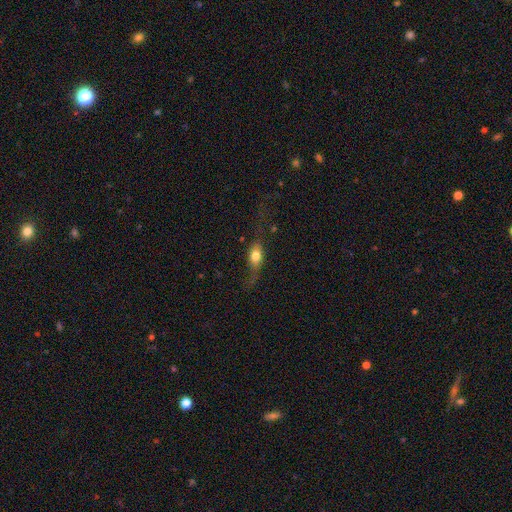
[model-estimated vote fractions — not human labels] A smooth galaxy with no disk features (62%) that is in between round and cigar-shaped (68%).

Vote fractions:
- Smooth or featured? smooth: 62% / featured or disk: 29% / star or artifact: 8%
- How rounded? in between: 68% / cigar-shaped: 18% / round: 14%
- Merging? none: 45% / major disturbance: 29% / minor disturbance: 23% / merger: 3%